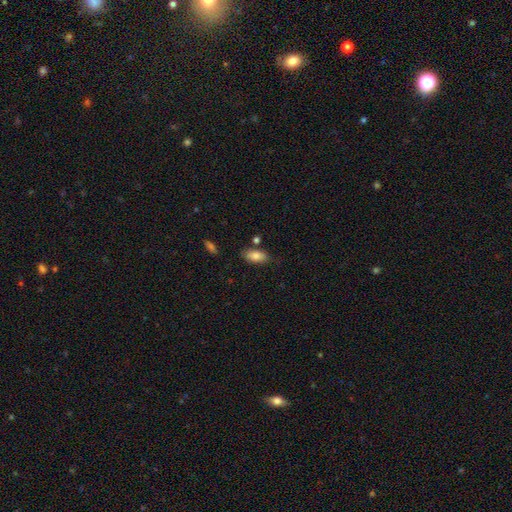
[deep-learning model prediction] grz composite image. It shows a smooth galaxy with no disk features (82%) that is in between round and cigar-shaped (91%). Merging: none (77%).